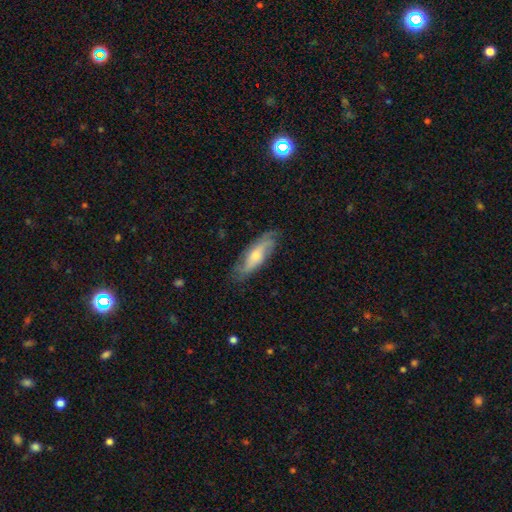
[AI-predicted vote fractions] A featured or disk galaxy (54%).

Vote fractions:
- Smooth or featured? featured or disk: 54% / smooth: 40% / star or artifact: 6%
- Edge-on disk? no: 67% / yes: 33%
- Merging? none: 75% / minor disturbance: 19% / major disturbance: 5% / merger: 1%